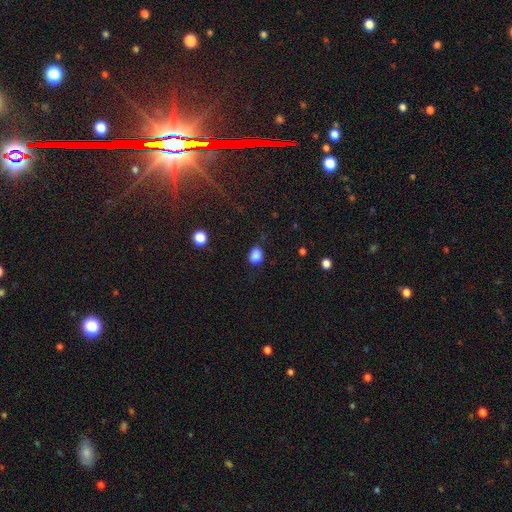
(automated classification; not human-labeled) Overall: smooth (86%). How rounded: in between (50%; round 49%). Merging: none (75%).